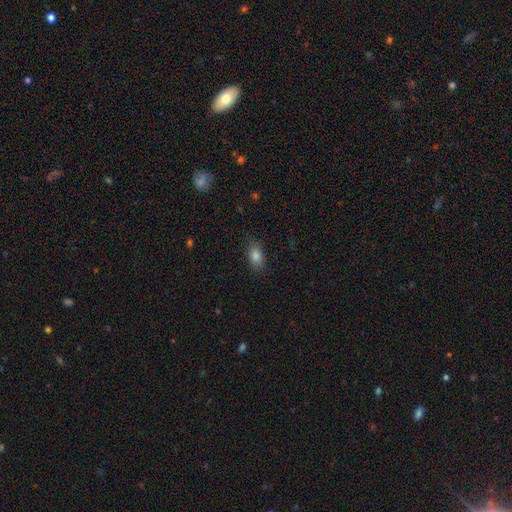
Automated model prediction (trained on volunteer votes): Smooth or featured: smooth — 83% (star or artifact — 9%)
How rounded: in between — 88% (round — 7%)
Merging: none — 82% (minor disturbance — 14%)